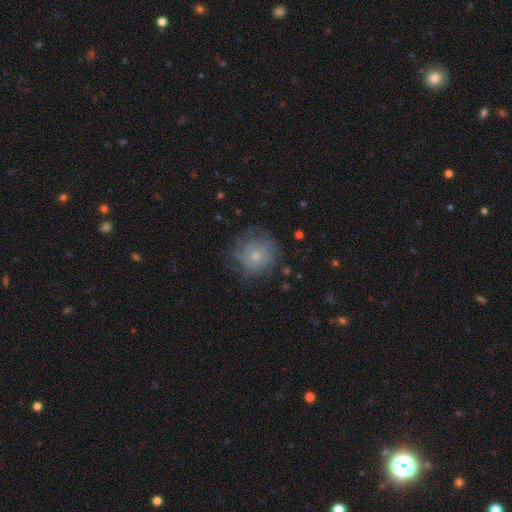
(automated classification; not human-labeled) smooth_or_featured: featured or disk (p=0.52) [alt: smooth p=0.37]
disk_edge_on: no (p=0.97) [alt: yes p=0.03]
bar: no (p=0.85) [alt: weak p=0.13]
has_spiral_arms: yes (p=0.72) [alt: no p=0.28]
bulge_size: small (p=0.57) [alt: moderate p=0.37]
merging: none (p=0.67) [alt: minor disturbance p=0.20]